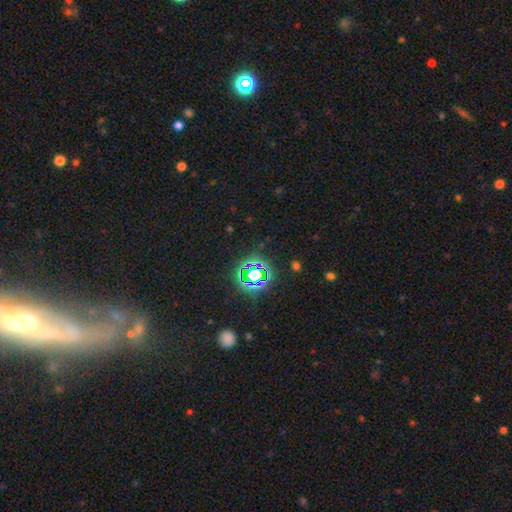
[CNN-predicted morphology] smooth_or_featured: star or artifact (p=0.76) [alt: smooth p=0.15]